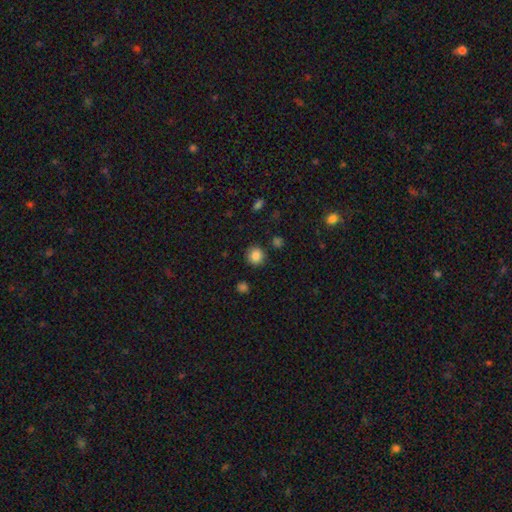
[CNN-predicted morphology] The model was most divided on "smooth or featured": smooth: 86%, star or artifact: 10%, featured or disk: 4%. More confident: how rounded — round (91%); merging — none (88%).